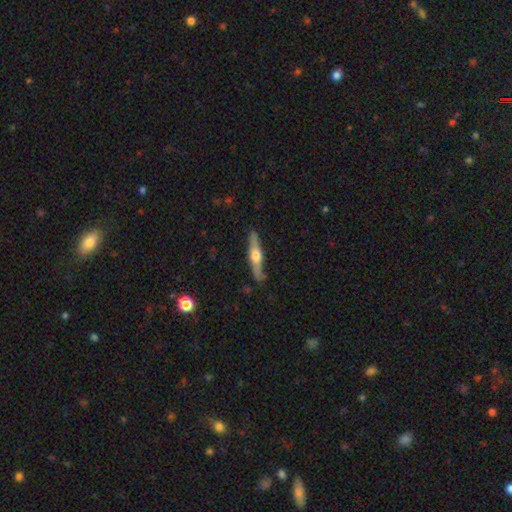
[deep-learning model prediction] Smooth or featured: featured or disk — 63% (smooth — 32%)
Edge-on disk: yes — 94% (no — 6%)
Edge-on bulge: rounded — 91% (boxy — 4%)
Merging: none — 84% (minor disturbance — 12%)